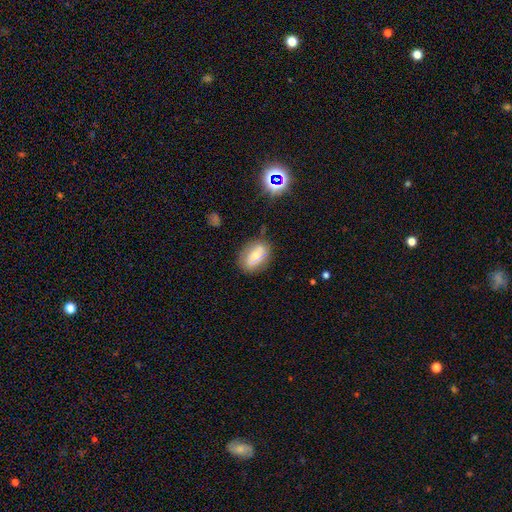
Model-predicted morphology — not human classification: smooth-or-featured: smooth: 60% | featured or disk: 31% | star or artifact: 10%
  how-rounded: in between: 84% | round: 13% | cigar-shaped: 3%
  merging: none: 72% | minor disturbance: 19% | major disturbance: 6% | merger: 3%